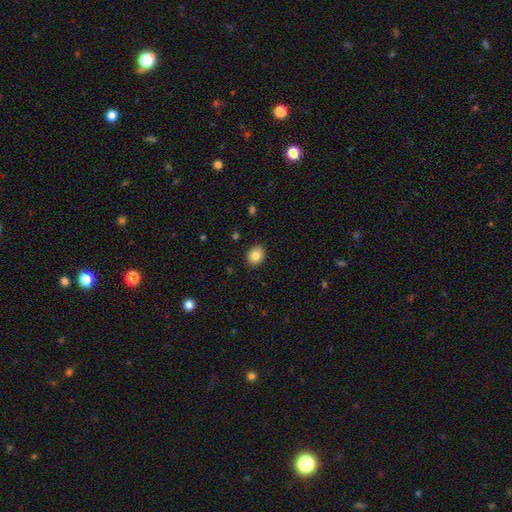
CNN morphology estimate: Smooth or featured? Predicted: smooth (p=0.84). How rounded? Predicted: round (p=0.51). Merging? Predicted: none (p=0.89).